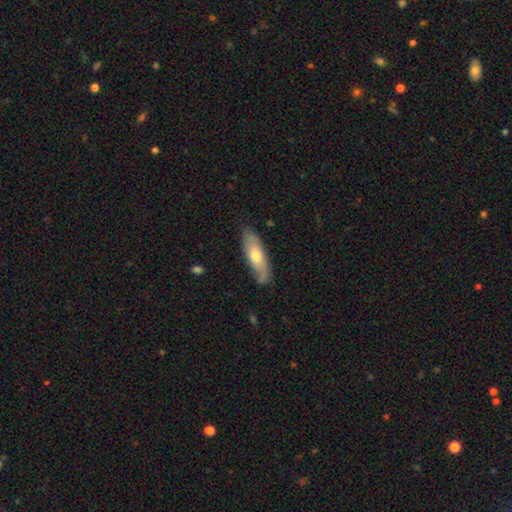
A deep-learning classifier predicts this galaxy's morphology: smooth-or-featured: smooth: 59% | featured or disk: 35% | star or artifact: 6%
  how-rounded: in between: 52% | cigar-shaped: 46% | round: 2%
  merging: none: 76% | minor disturbance: 19% | major disturbance: 3% | merger: 2%